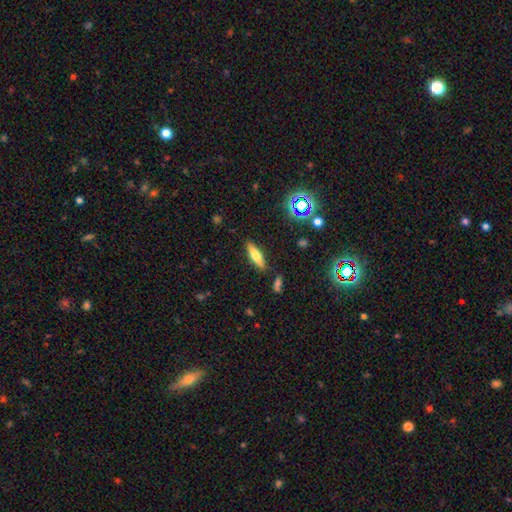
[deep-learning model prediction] Morphology: type=smooth (56%); roundness=cigar-shaped (60%); merging=none (85%).